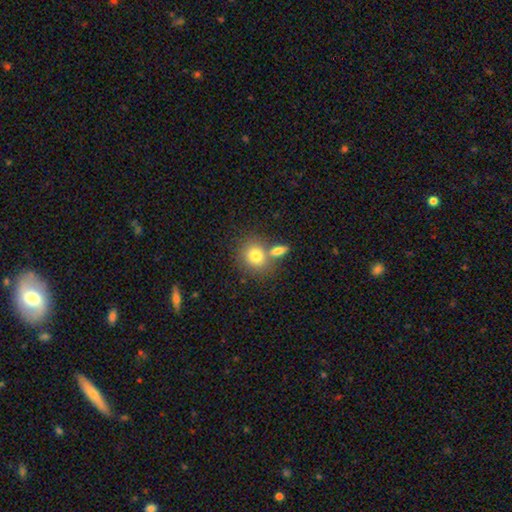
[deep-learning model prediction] Q: Smooth or featured?
A: smooth (79%); runner-up: featured or disk (12%)
Q: How rounded?
A: round (76%); runner-up: in between (23%)
Q: Merging?
A: none (55%); runner-up: merger (32%)